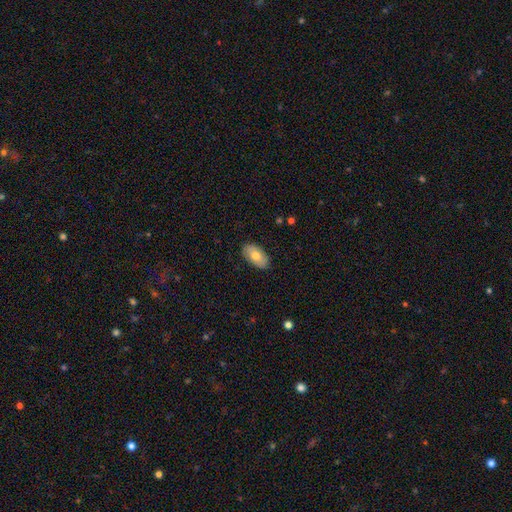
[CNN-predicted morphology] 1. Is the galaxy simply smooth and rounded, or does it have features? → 74% smooth, 20% featured or disk, 6% star or artifact.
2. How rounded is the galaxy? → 94% in between, 4% round, 2% cigar-shaped.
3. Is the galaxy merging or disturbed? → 86% none, 11% minor disturbance, 2% major disturbance, 1% merger.